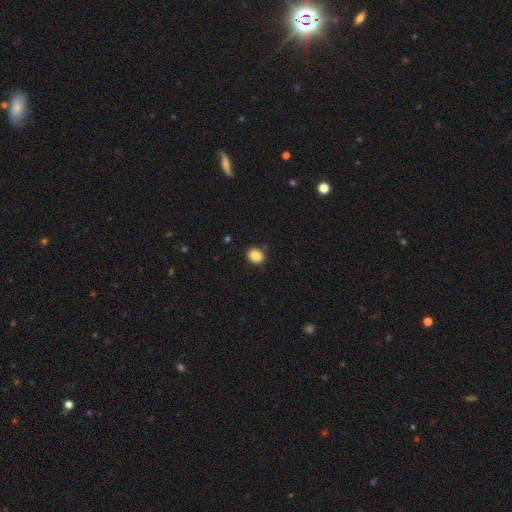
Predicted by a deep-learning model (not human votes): This is clearly a smooth galaxy (88%). How rounded: possibly round (58%). Merging: clearly none (87%).